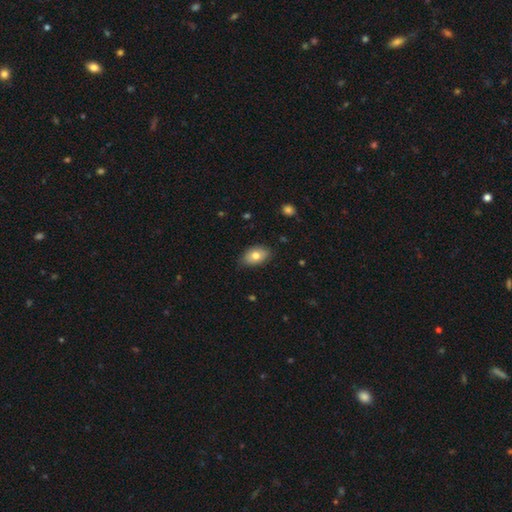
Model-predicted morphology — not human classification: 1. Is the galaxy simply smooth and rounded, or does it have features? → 76% smooth, 16% featured or disk, 8% star or artifact.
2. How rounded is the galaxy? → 87% in between, 12% round, 1% cigar-shaped.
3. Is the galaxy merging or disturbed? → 77% none, 19% minor disturbance, 3% major disturbance, 1% merger.